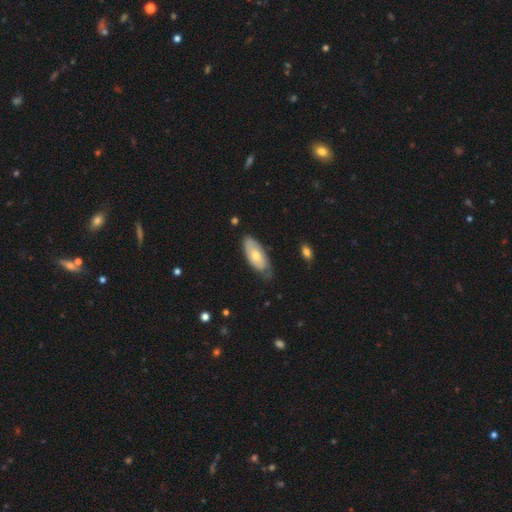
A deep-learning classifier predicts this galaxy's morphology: smooth_or_featured: smooth (p=0.56) [alt: featured or disk p=0.38]
how_rounded: in between (p=0.84) [alt: cigar-shaped p=0.14]
merging: none (p=0.62) [alt: minor disturbance p=0.30]